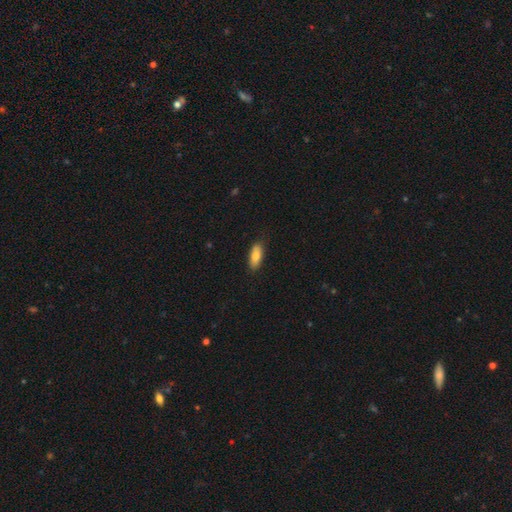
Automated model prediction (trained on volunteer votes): Smooth or featured? smooth (79%)
How rounded? in between (79%)
Merging? none (84%)